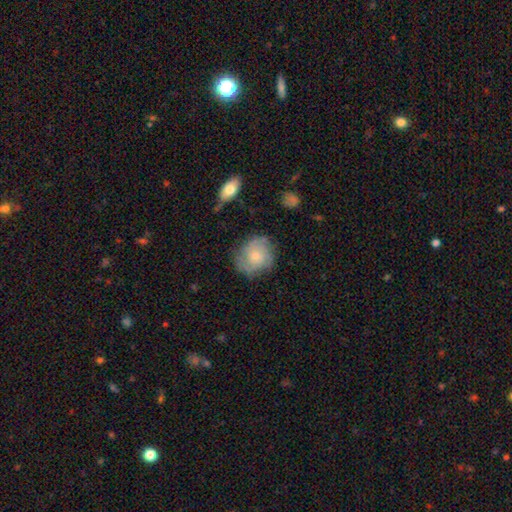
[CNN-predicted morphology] Smooth or featured? featured or disk (51%)
Edge-on disk? no (97%)
Merging? none (68%)